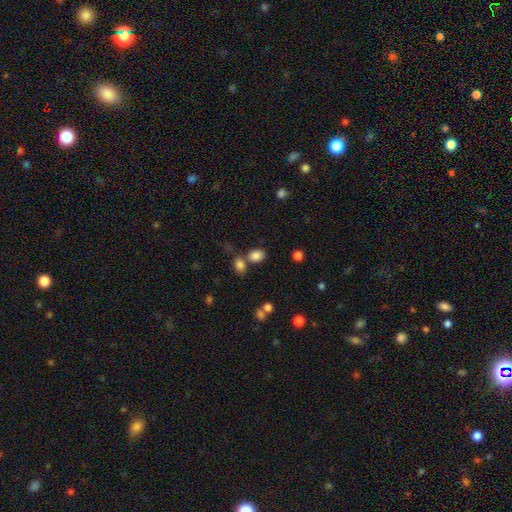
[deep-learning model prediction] Morphology: type=smooth (84%); roundness=in between (66%); merging=none (62%).